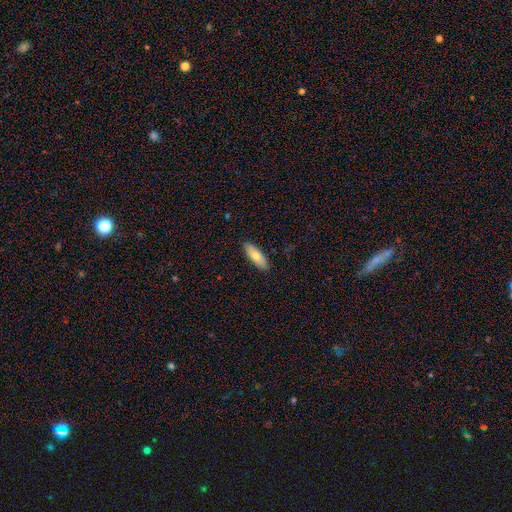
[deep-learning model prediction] Q: Smooth or featured?
A: smooth (70%); runner-up: featured or disk (24%)
Q: How rounded?
A: in between (66%); runner-up: cigar-shaped (32%)
Q: Merging?
A: none (89%); runner-up: minor disturbance (9%)